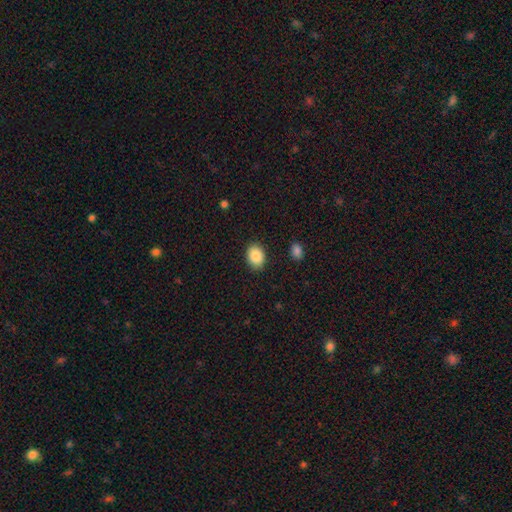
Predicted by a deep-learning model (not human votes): smooth_or_featured: smooth (p=0.88) [alt: star or artifact p=0.07]
how_rounded: in between (p=0.76) [alt: round p=0.23]
merging: none (p=0.88) [alt: minor disturbance p=0.08]